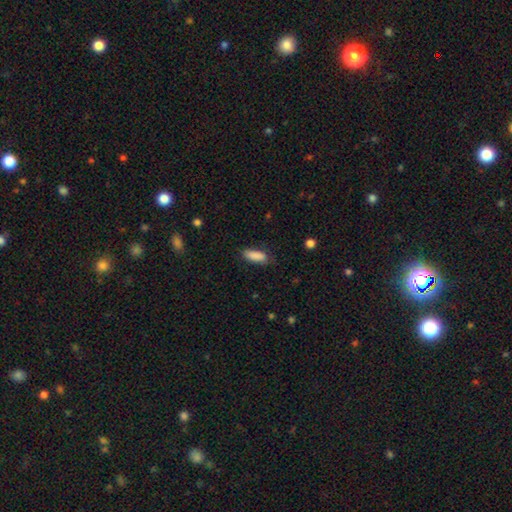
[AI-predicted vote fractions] Smooth or featured? Predicted: smooth (p=0.88). How rounded? Predicted: in between (p=0.66). Merging? Predicted: none (p=0.79).